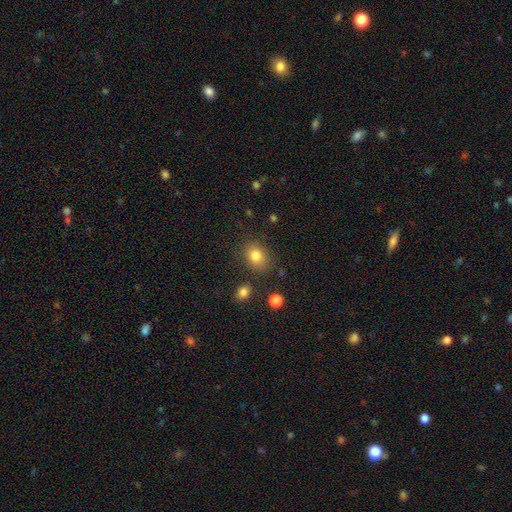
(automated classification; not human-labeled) A smooth galaxy with no disk features (82%) that is in between round and cigar-shaped (51%). Merging: none (79%).